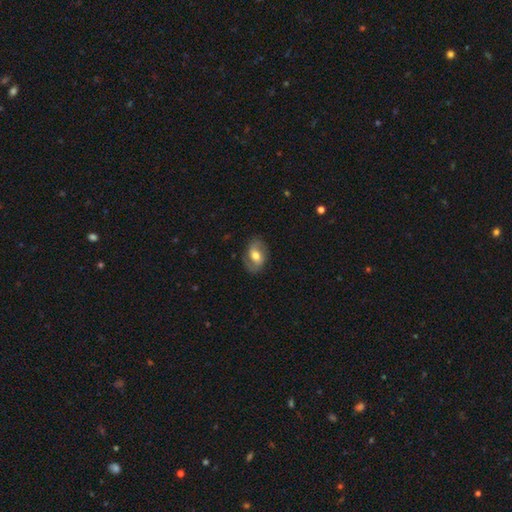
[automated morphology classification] featured or disk 55%, smooth 37%, star or artifact 7%. Down the decision tree: edge-on disk — no (94%); bar — weak (41%); spiral arms — yes (74%); bulge size — moderate (71%); merging — none (78%).